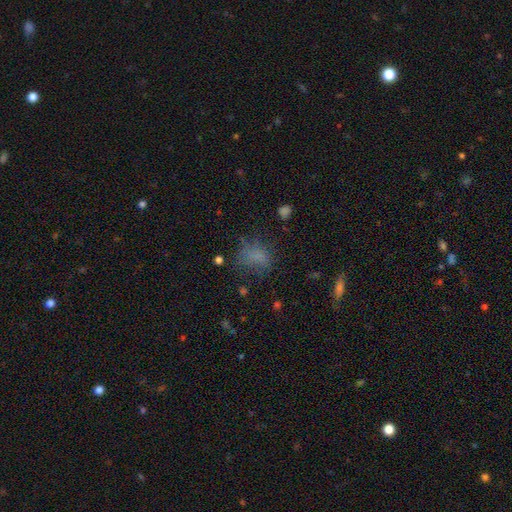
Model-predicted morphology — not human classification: Q: Smooth or featured?
A: smooth (67%); runner-up: star or artifact (18%)
Q: How rounded?
A: in between (60%); runner-up: round (37%)
Q: Merging?
A: none (51%); runner-up: minor disturbance (24%)